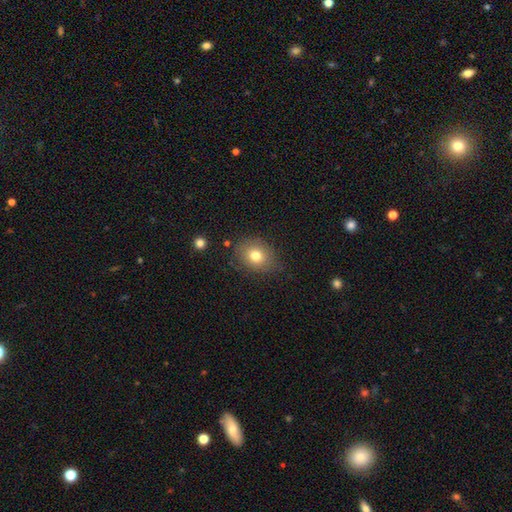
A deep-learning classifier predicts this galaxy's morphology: Smooth or featured? smooth (76%)
How rounded? in between (51%)
Merging? none (78%)